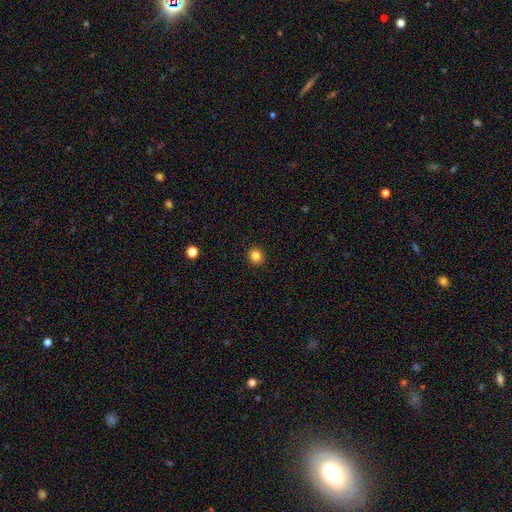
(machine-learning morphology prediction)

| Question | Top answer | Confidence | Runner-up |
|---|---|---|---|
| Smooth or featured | smooth | 84% | star or artifact (12%) |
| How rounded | round | 89% | in between (10%) |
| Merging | none | 93% | minor disturbance (5%) |